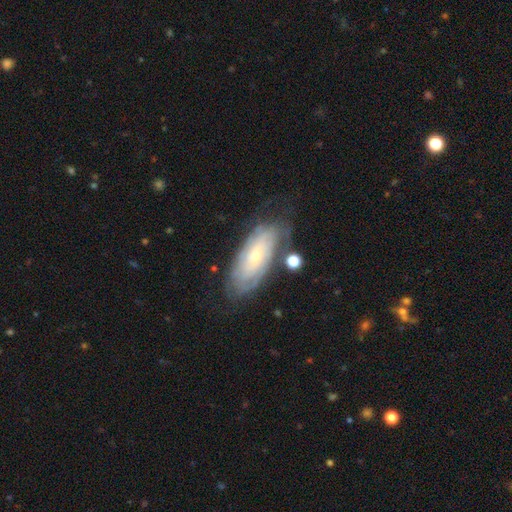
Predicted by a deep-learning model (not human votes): Overall: featured or disk (70%). Edge-on disk: no (89%). Bar: no (78%). Spiral arms: yes (84%). Spiral arm count: can't tell (64%). Spiral winding: tight (75%). Bulge size: small (76%). Merging: none (67%).